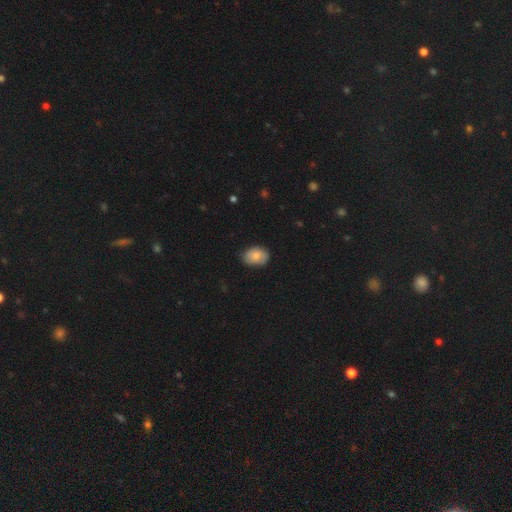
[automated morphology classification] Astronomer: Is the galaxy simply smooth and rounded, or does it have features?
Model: smooth — 75%.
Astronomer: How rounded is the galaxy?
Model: in between — 74%.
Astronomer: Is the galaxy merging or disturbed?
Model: none — 78%.